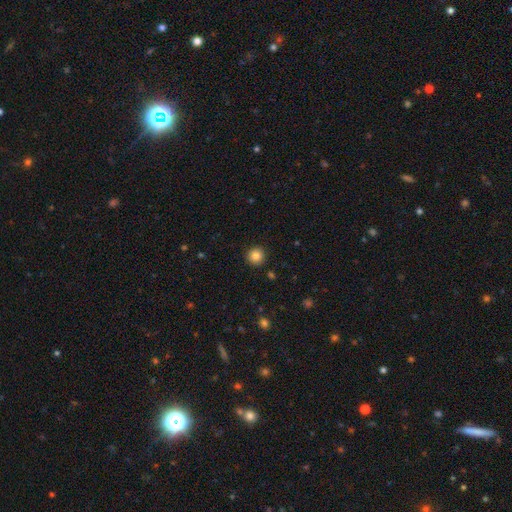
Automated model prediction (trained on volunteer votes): The model was most divided on "smooth or featured": smooth: 84%, star or artifact: 11%, featured or disk: 5%. More confident: how rounded — round (95%); merging — none (92%).